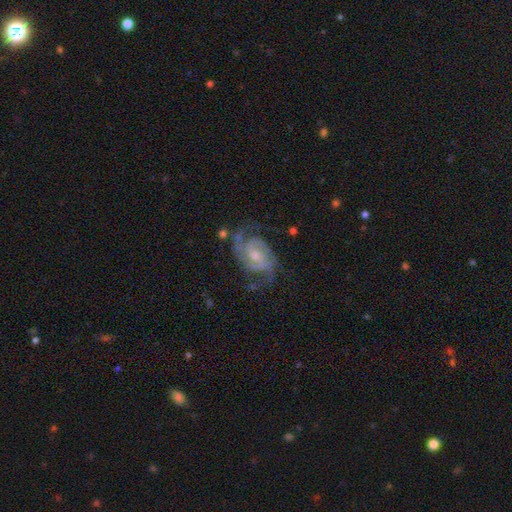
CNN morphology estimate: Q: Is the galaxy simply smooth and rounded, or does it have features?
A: featured or disk — 91%.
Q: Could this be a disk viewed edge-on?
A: no — 98%.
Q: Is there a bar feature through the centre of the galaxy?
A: no — 50%.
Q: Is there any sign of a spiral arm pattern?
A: yes — 98%.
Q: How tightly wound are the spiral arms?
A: medium — 46%.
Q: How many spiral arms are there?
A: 2 — 65%.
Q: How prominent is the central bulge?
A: small — 53%.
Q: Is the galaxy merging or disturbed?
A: none — 68%.